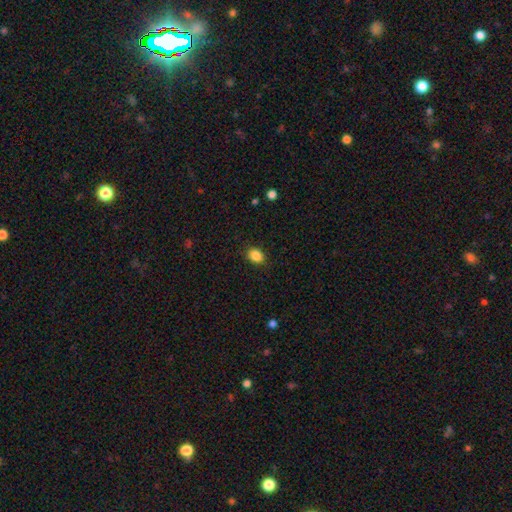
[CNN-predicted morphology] smooth 87%, star or artifact 9%, featured or disk 4%. Down the decision tree: how rounded — in between (66%); merging — none (88%).